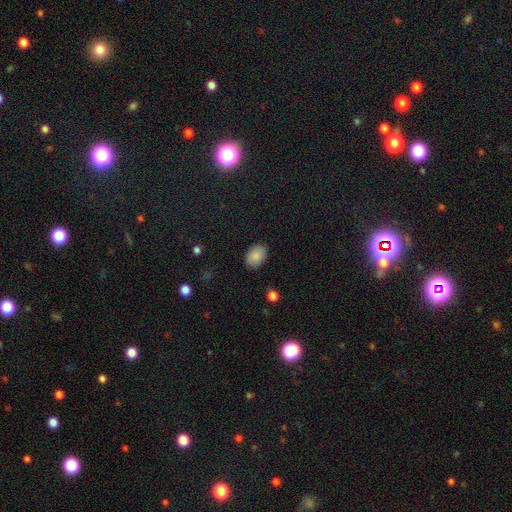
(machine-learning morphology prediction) type=smooth (88%); roundness=in between (82%); merging=none (87%).